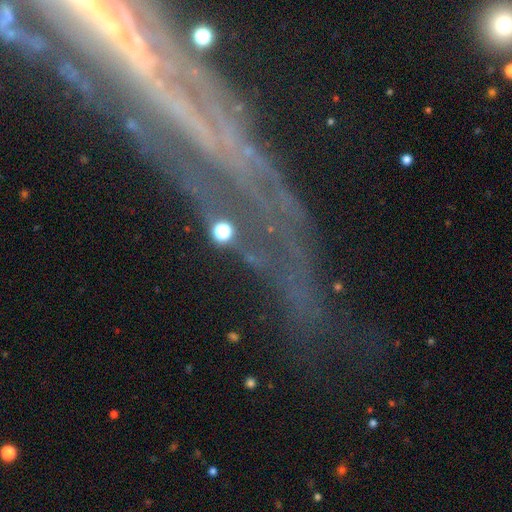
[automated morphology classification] Smooth or featured? Predicted: featured or disk (p=0.47). Merging? Predicted: none (p=0.58).